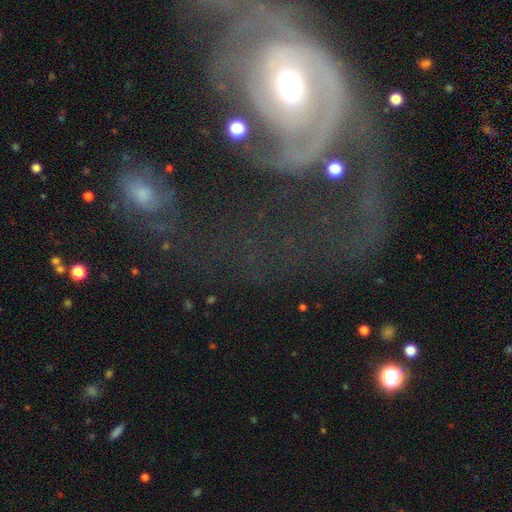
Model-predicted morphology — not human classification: A featured or disk galaxy (73%) with no bar (68%), spiral arms (68%) and a moderate central bulge (67%). Merging: major disturbance (50%).